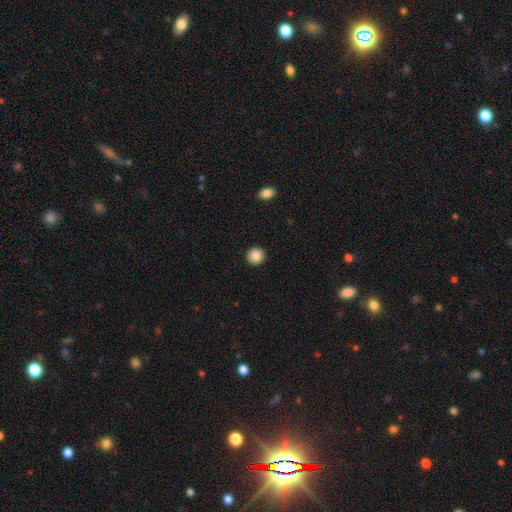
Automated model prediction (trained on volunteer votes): A smooth galaxy with no disk features (86%) that is round (93%).

Vote fractions:
- Smooth or featured? smooth: 86% / star or artifact: 8% / featured or disk: 5%
- How rounded? round: 93% / in between: 6% / cigar-shaped: 1%
- Merging? none: 93% / minor disturbance: 4% / major disturbance: 1% / merger: 1%